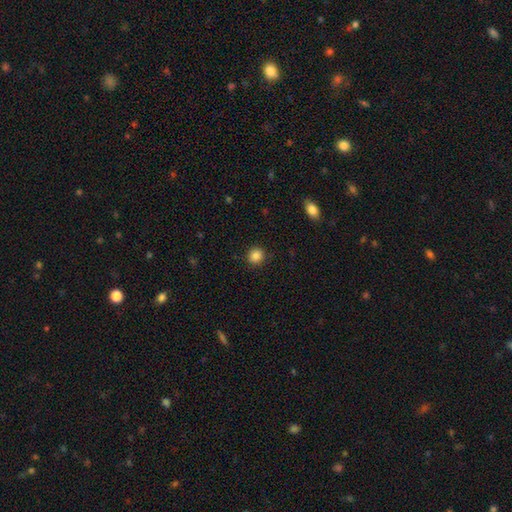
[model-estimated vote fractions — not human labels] The model was most divided on "smooth or featured": smooth: 86%, star or artifact: 11%, featured or disk: 4%. More confident: merging — none (90%); how rounded — round (88%).